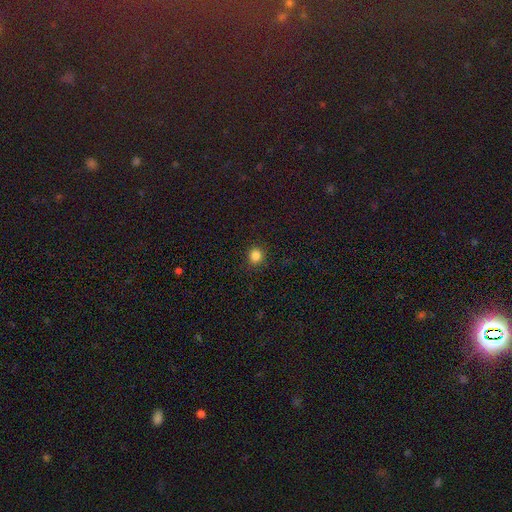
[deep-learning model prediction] This is clearly a smooth galaxy (83%). How rounded: clearly round (87%). Merging: clearly none (90%).